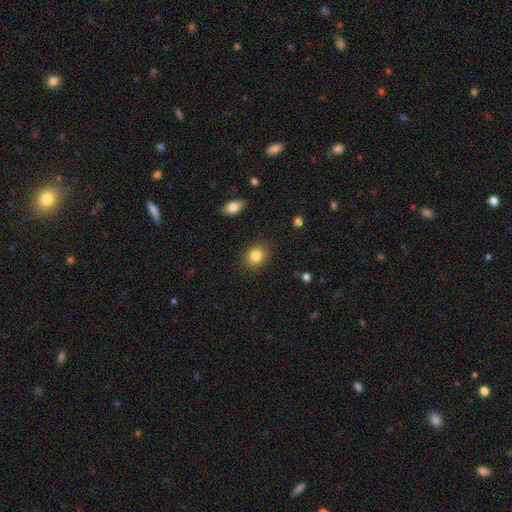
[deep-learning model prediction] smooth 83%, star or artifact 10%, featured or disk 7%. Down the decision tree: how rounded — round (56%); merging — none (88%).